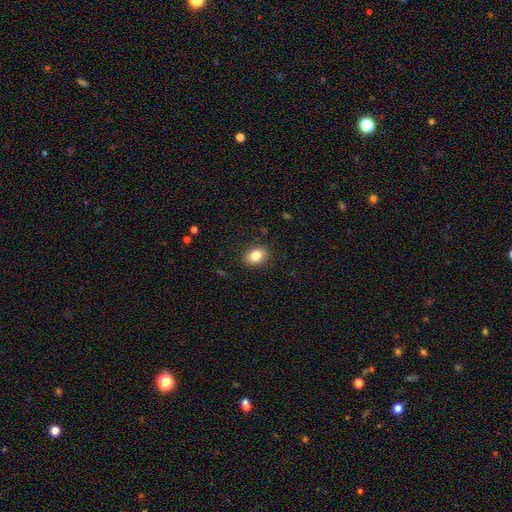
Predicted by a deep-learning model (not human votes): Smooth or featured? Predicted: smooth (p=0.84). How rounded? Predicted: in between (p=0.70). Merging? Predicted: none (p=0.88).